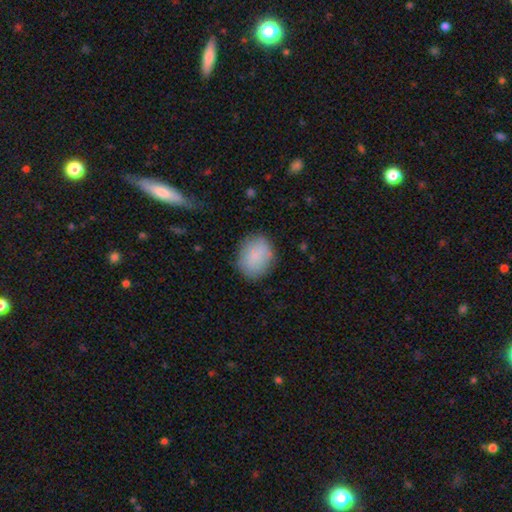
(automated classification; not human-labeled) Q: Smooth or featured?
A: smooth (84%); runner-up: featured or disk (9%)
Q: How rounded?
A: round (51%); runner-up: in between (48%)
Q: Merging?
A: none (79%); runner-up: minor disturbance (15%)